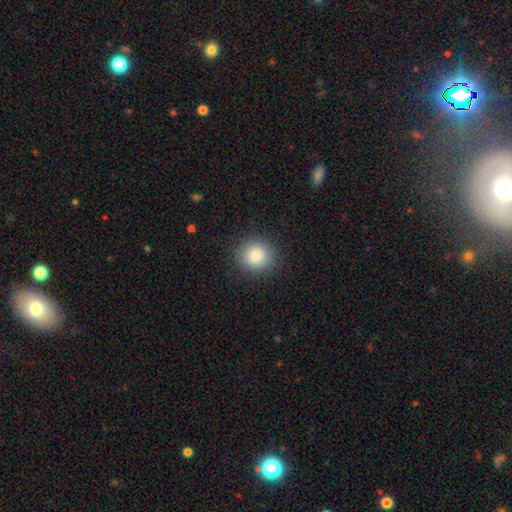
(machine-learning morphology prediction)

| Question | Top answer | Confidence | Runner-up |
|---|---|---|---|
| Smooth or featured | smooth | 87% | star or artifact (9%) |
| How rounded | round | 91% | in between (8%) |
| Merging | none | 90% | minor disturbance (6%) |